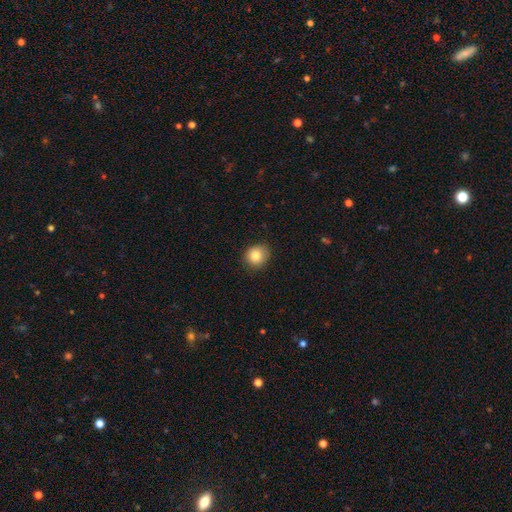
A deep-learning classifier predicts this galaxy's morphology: Smooth or featured: smooth — 83% (star or artifact — 10%)
How rounded: round — 82% (in between — 17%)
Merging: none — 86% (minor disturbance — 11%)